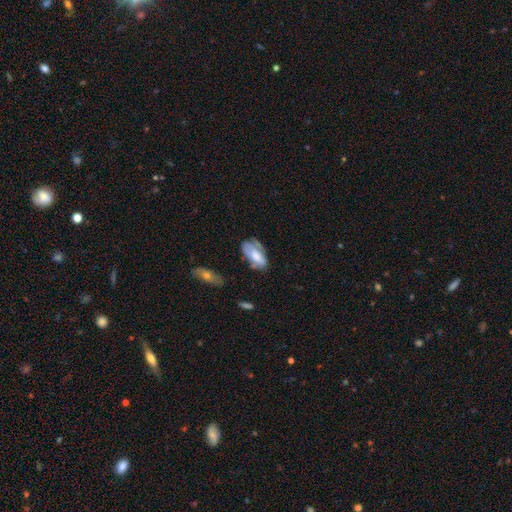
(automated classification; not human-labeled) A smooth galaxy with no disk features (60%) that is in between round and cigar-shaped (91%). Merging: none (48%).